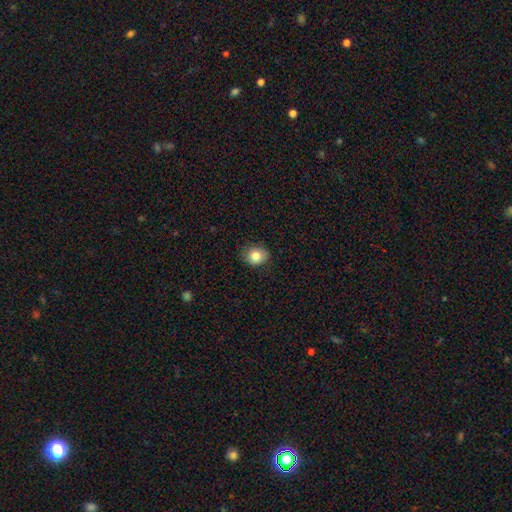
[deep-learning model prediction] A smooth galaxy with no disk features (84%) that is round (70%). Merging: none (84%).